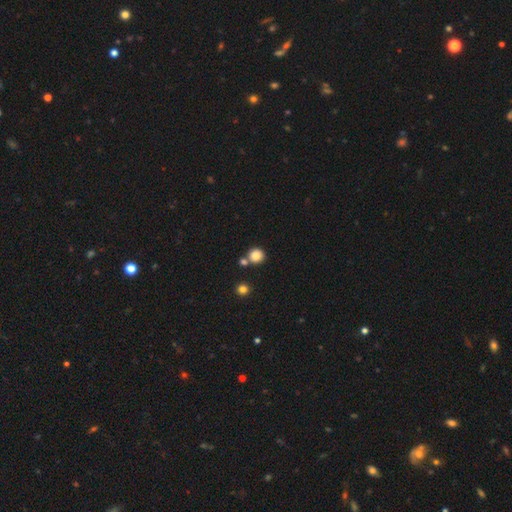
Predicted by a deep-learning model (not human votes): Smooth or featured?
  - smooth: 84% *
  - star or artifact: 11%
  - featured or disk: 5%
How rounded?
  - round: 91% *
  - in between: 8%
  - cigar-shaped: 1%
Merging?
  - none: 71% *
  - merger: 18%
  - minor disturbance: 8%
  - major disturbance: 3%